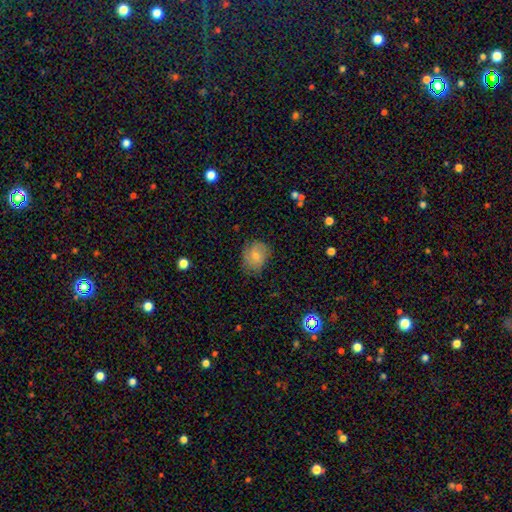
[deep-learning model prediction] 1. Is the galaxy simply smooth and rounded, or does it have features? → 61% smooth, 27% featured or disk, 13% star or artifact.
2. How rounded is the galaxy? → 63% round, 36% in between, 1% cigar-shaped.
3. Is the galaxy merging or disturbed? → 74% none, 20% minor disturbance, 5% major disturbance, 1% merger.